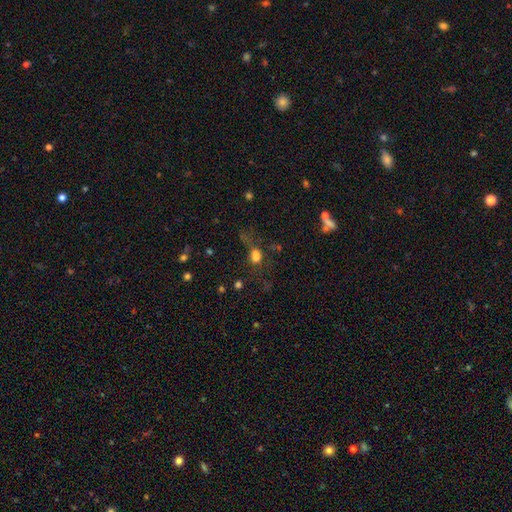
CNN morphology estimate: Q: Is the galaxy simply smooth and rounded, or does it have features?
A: smooth — 67%.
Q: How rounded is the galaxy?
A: in between — 51%.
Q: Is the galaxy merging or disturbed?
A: none — 36%.